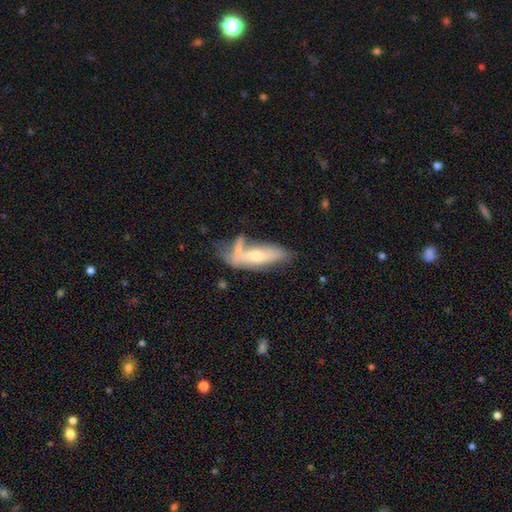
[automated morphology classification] smooth 47%, featured or disk 46%, star or artifact 6%. Down the decision tree: merging — none (34%).